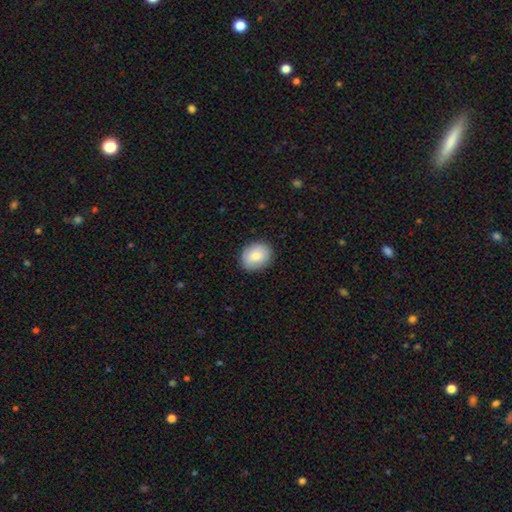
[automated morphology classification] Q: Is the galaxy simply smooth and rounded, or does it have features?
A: smooth — 80%.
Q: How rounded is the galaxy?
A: in between — 51%.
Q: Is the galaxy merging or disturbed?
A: none — 87%.